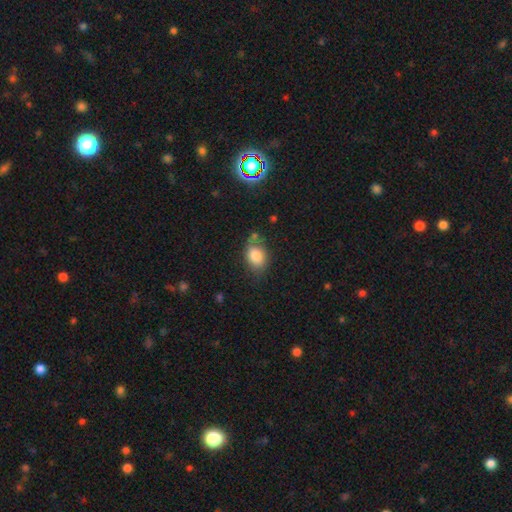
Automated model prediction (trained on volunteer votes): A smooth galaxy with no disk features (82%) that is in between round and cigar-shaped (74%).

Vote fractions:
- Smooth or featured? smooth: 82% / featured or disk: 10% / star or artifact: 9%
- How rounded? in between: 74% / round: 24% / cigar-shaped: 1%
- Merging? none: 61% / minor disturbance: 24% / merger: 8% / major disturbance: 6%